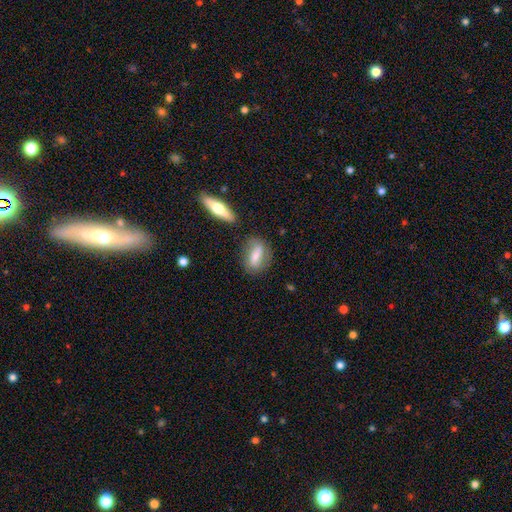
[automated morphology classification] smooth-or-featured: smooth: 59% | featured or disk: 33% | star or artifact: 8%
  how-rounded: in between: 68% | cigar-shaped: 23% | round: 9%
  merging: none: 68% | minor disturbance: 19% | major disturbance: 7% | merger: 6%